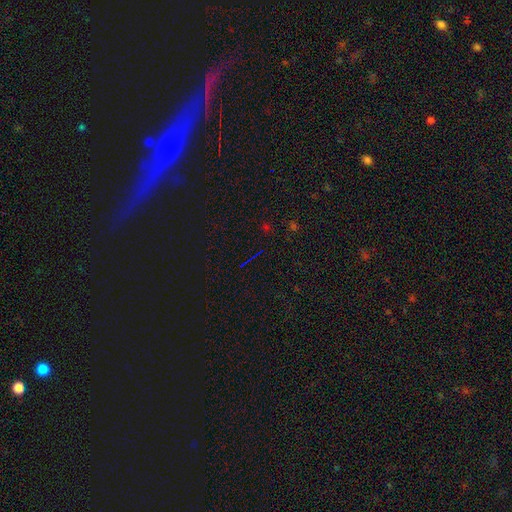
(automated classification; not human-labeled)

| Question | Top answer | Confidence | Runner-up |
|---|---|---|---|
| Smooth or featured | star or artifact | 76% | smooth (13%) |